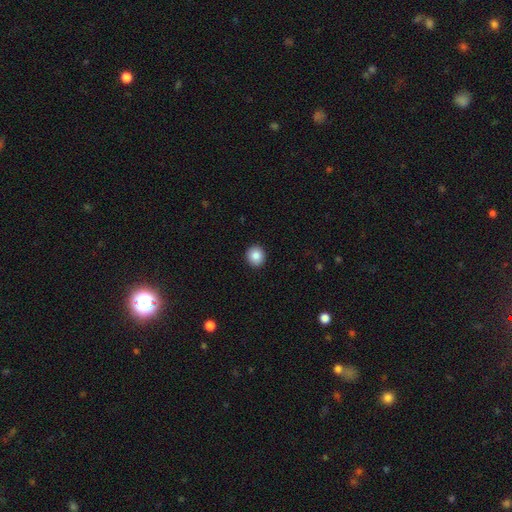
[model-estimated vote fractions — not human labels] The model was most divided on "smooth or featured": smooth: 87%, star or artifact: 9%, featured or disk: 5%. More confident: merging — none (93%); how rounded — round (90%).